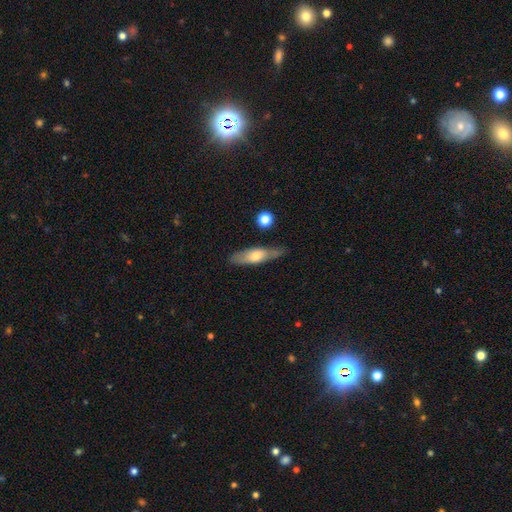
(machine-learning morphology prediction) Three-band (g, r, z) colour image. It shows a smooth galaxy with no disk features (51%) that is cigar-shaped (62%). Merging: none (76%).